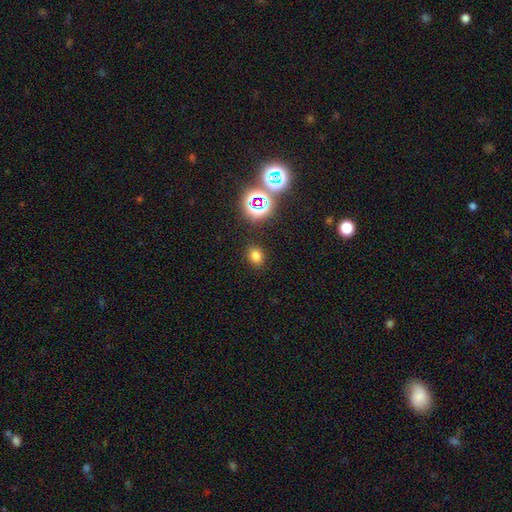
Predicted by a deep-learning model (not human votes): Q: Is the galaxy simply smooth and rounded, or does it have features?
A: smooth — 73%.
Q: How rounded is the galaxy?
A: round — 59%.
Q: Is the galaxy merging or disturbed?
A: none — 86%.